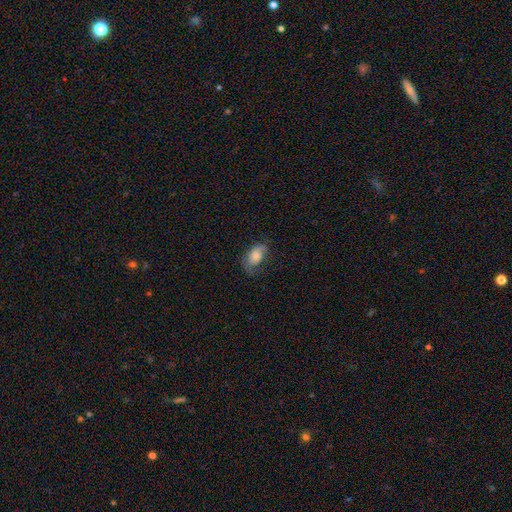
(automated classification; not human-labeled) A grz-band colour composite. It shows a smooth galaxy with no disk features (74%) that is in between round and cigar-shaped (89%). Merging: none (47%).